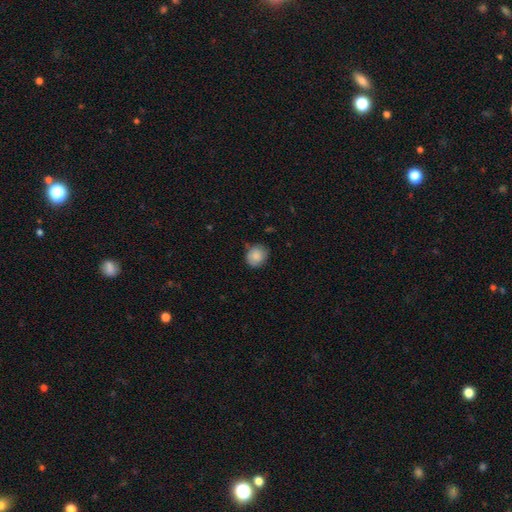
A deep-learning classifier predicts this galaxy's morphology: Smooth or featured? Predicted: smooth (p=0.86). How rounded? Predicted: round (p=0.78). Merging? Predicted: none (p=0.75).